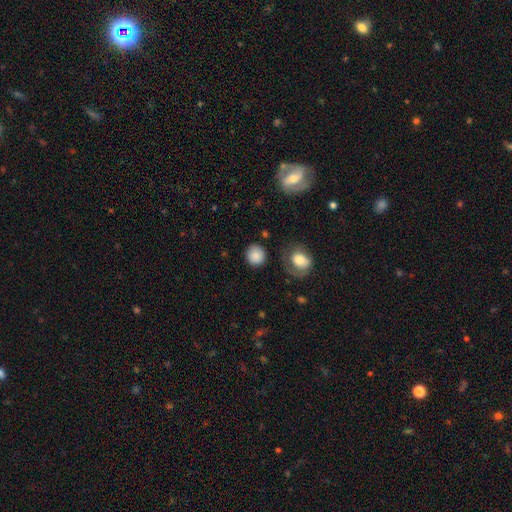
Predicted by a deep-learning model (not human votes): Smooth or featured: smooth — 86% (star or artifact — 9%)
How rounded: round — 87% (in between — 12%)
Merging: none — 82% (minor disturbance — 11%)